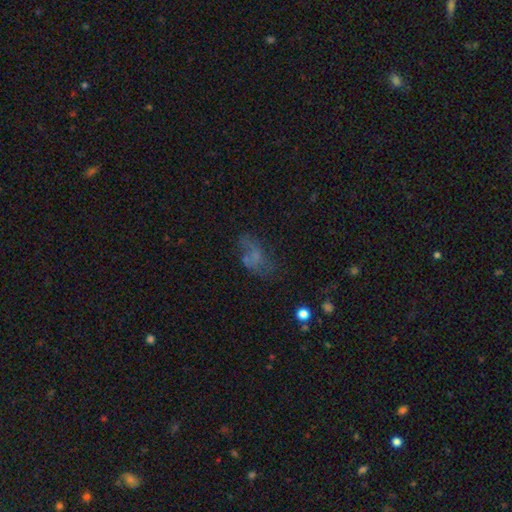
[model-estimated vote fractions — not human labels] A smooth galaxy with no disk features (43%). Merging: none (41%).